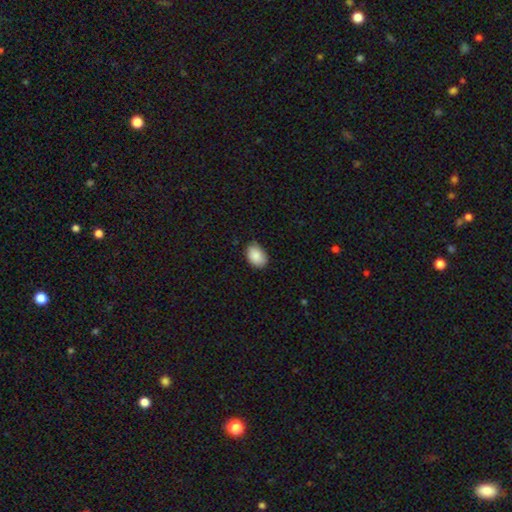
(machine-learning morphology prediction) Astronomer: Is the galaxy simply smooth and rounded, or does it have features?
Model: smooth — 89%.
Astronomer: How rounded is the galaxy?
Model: in between — 84%.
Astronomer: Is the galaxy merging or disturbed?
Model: none — 77%.